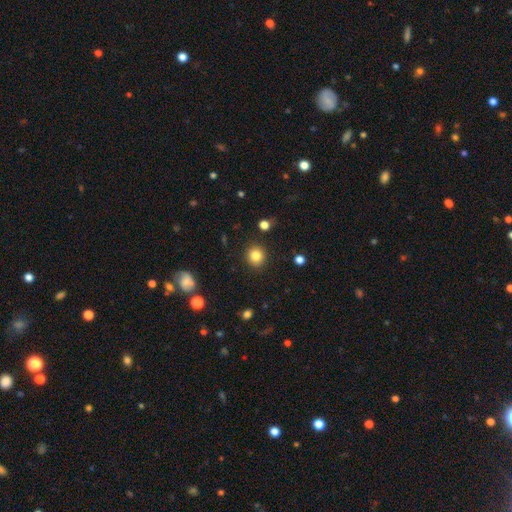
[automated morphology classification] This appears to be a smooth galaxy with no disk features (83%) that is round (87%). Merging: none (90%).